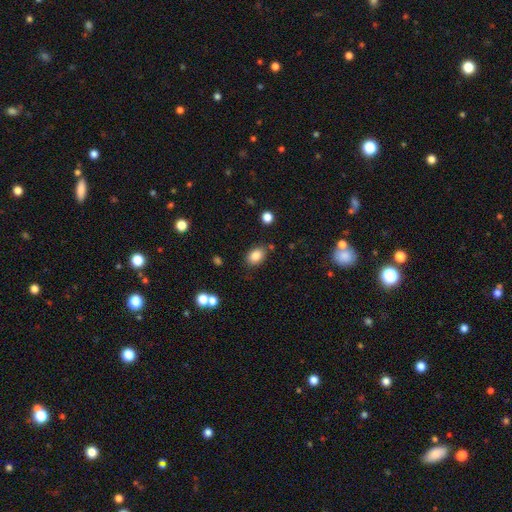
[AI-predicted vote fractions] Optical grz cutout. It shows a smooth galaxy with no disk features (84%) that is in between round and cigar-shaped (74%). Merging: none (79%).